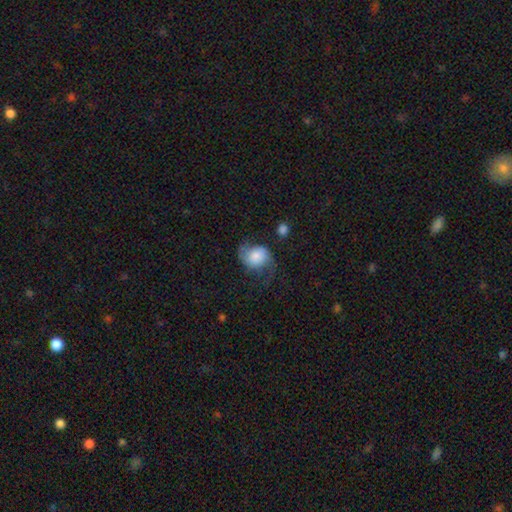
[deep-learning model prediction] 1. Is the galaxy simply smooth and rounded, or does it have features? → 47% featured or disk, 44% smooth, 9% star or artifact.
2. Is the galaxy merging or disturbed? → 52% none, 24% minor disturbance, 21% major disturbance, 3% merger.